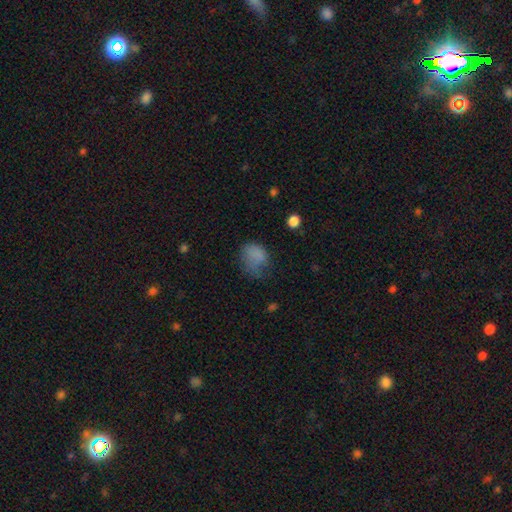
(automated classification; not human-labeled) Morphology: type=smooth (77%); roundness=in between (55%); merging=none (37%).